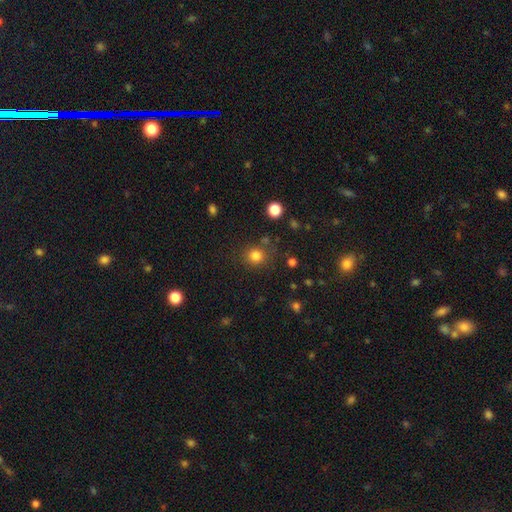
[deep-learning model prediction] smooth-or-featured: smooth: 81% | star or artifact: 14% | featured or disk: 5%
  how-rounded: round: 87% | in between: 12% | cigar-shaped: 1%
  merging: none: 80% | minor disturbance: 10% | merger: 6% | major disturbance: 4%